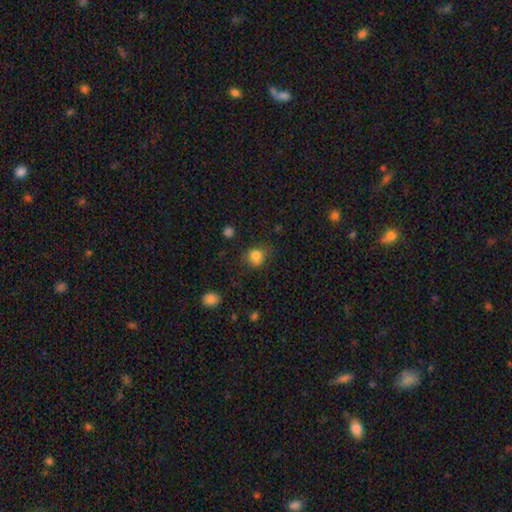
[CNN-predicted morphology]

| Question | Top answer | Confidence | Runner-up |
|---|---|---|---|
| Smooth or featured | smooth | 81% | star or artifact (12%) |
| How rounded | round | 74% | in between (25%) |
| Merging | none | 68% | minor disturbance (23%) |